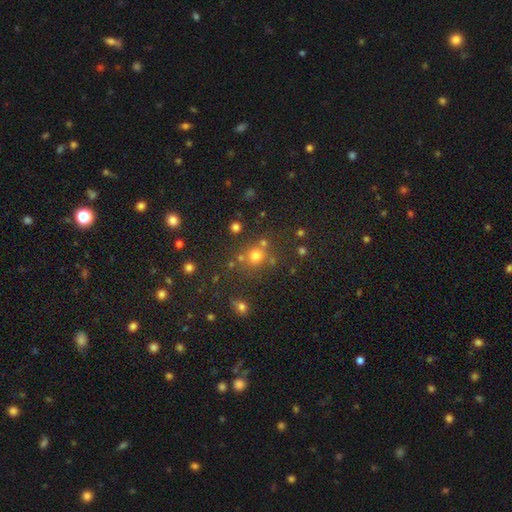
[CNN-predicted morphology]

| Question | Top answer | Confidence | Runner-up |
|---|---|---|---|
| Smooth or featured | smooth | 66% | star or artifact (25%) |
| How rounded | round | 87% | in between (12%) |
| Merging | none | 71% | merger (13%) |